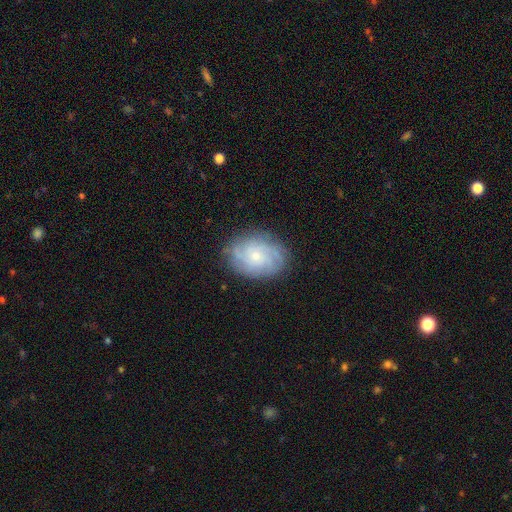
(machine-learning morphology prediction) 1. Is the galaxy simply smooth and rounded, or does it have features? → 68% featured or disk, 23% smooth, 9% star or artifact.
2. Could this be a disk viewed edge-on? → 97% no, 3% yes.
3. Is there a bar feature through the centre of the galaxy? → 78% no, 20% weak, 3% strong.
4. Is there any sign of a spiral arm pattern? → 92% yes, 8% no.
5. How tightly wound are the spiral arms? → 63% tight, 28% medium, 9% loose.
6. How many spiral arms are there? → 44% can't tell, 17% 4, 14% 3, 11% 2, 9% more than 4, 6% 1.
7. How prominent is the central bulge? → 69% small, 25% moderate, 3% none, 2% large, 1% dominant.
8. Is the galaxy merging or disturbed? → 80% none, 14% minor disturbance, 4% major disturbance, 1% merger.